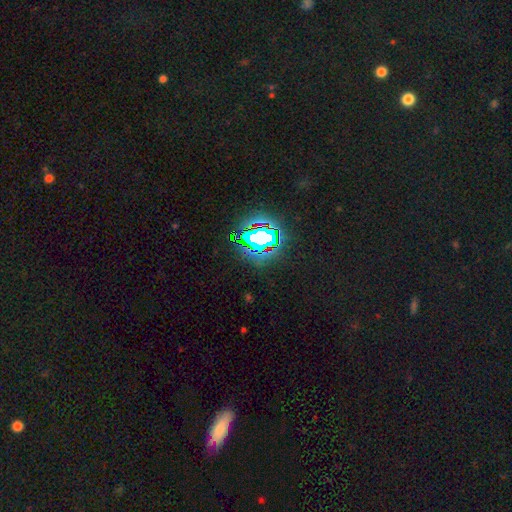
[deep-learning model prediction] A star or artifact, not a galaxy (79%).

Vote fractions:
- Smooth or featured? star or artifact: 79% / smooth: 13% / featured or disk: 8%